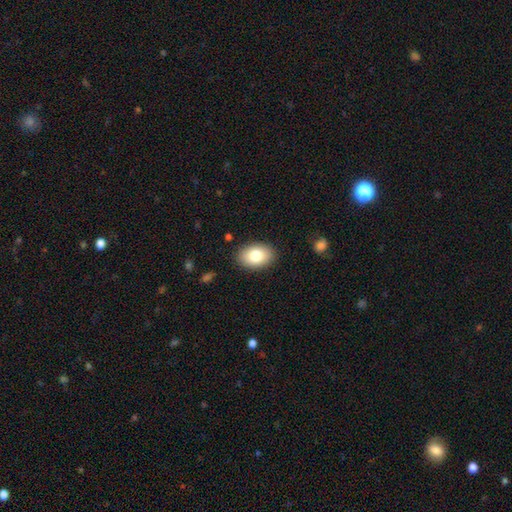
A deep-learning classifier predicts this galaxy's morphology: smooth 81%, featured or disk 12%, star or artifact 7%. Down the decision tree: how rounded — in between (85%); merging — none (88%).